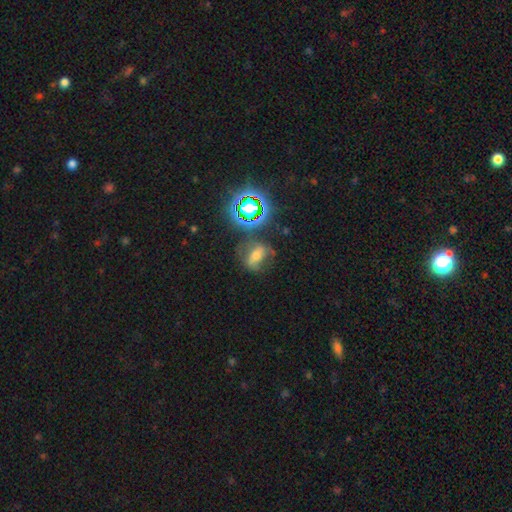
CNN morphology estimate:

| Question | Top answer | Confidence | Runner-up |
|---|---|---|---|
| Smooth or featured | smooth | 41% | featured or disk (32%) |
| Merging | none | 52% | minor disturbance (23%) |